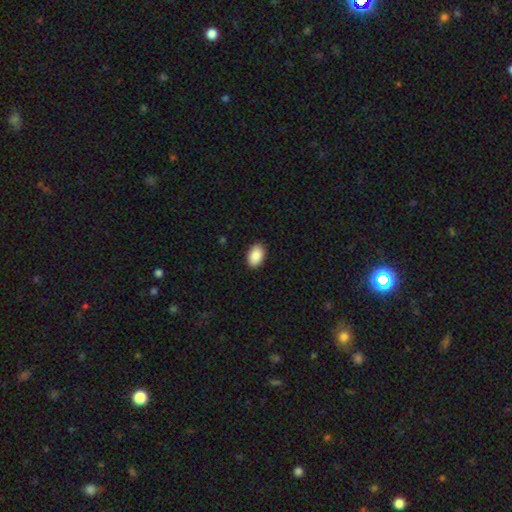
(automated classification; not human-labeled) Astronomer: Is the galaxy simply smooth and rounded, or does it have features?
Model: smooth — 90%.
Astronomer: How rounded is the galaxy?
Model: in between — 91%.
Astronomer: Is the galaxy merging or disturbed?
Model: none — 89%.